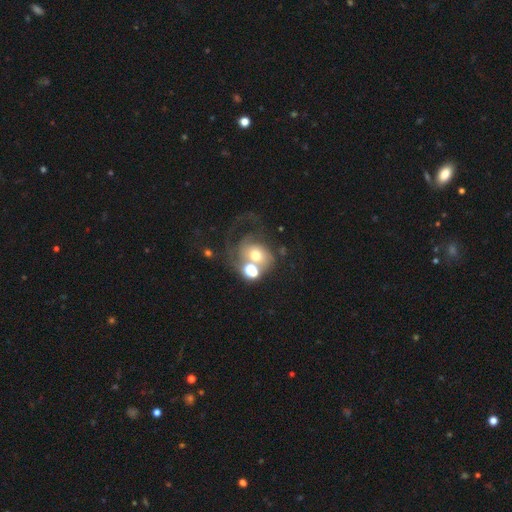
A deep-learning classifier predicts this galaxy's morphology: A featured or disk galaxy (47%). Merging: merger (34%).